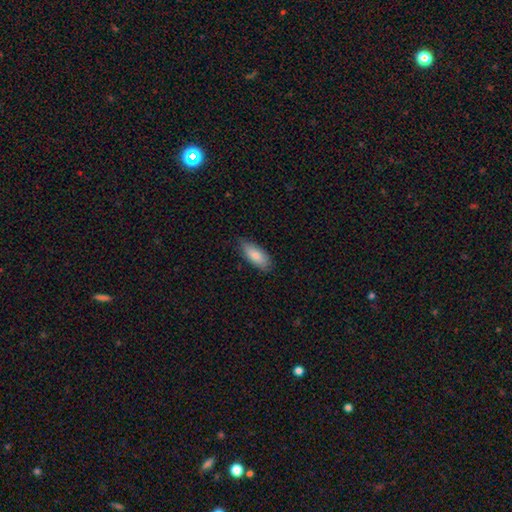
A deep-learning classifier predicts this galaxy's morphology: A smooth galaxy with no disk features (83%) that is in between round and cigar-shaped (80%). Merging: none (79%).